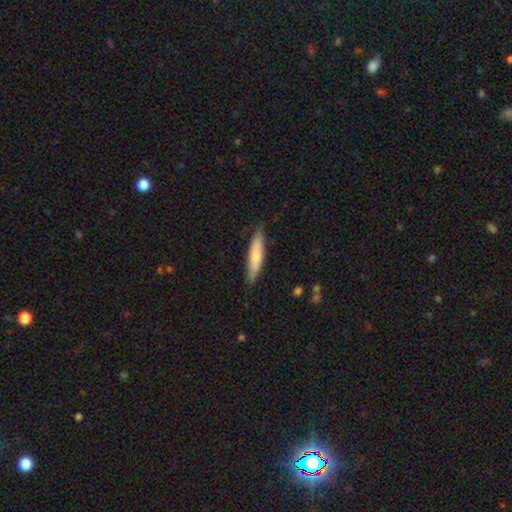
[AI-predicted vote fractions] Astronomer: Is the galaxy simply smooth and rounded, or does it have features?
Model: smooth — 62%.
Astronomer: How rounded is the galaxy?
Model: cigar-shaped — 83%.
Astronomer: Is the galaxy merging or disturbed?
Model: none — 84%.